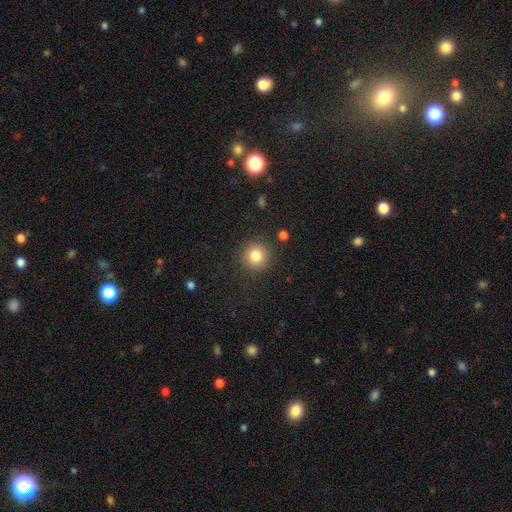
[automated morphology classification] This is clearly a smooth galaxy (83%). How rounded: clearly round (94%). Merging: clearly none (89%).